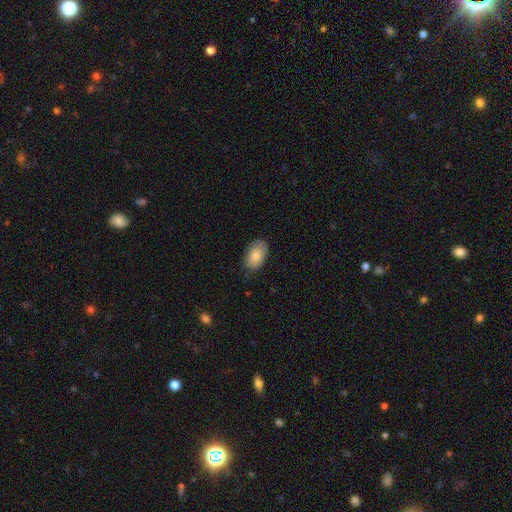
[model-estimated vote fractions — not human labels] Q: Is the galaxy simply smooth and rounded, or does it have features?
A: smooth — 83%.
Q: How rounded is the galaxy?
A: in between — 92%.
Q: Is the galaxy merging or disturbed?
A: none — 76%.